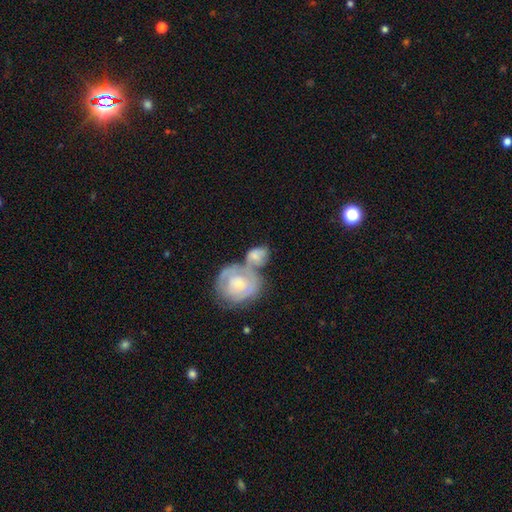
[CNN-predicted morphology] This is possibly a smooth galaxy (49%). Merging: likely merger (63%).